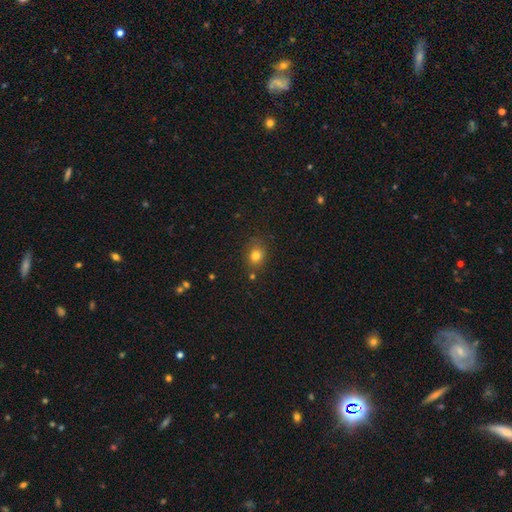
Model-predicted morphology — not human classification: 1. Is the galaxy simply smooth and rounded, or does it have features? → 79% smooth, 14% star or artifact, 8% featured or disk.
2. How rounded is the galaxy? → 59% round, 39% in between, 1% cigar-shaped.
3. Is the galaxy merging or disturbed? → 76% none, 15% minor disturbance, 5% merger, 4% major disturbance.